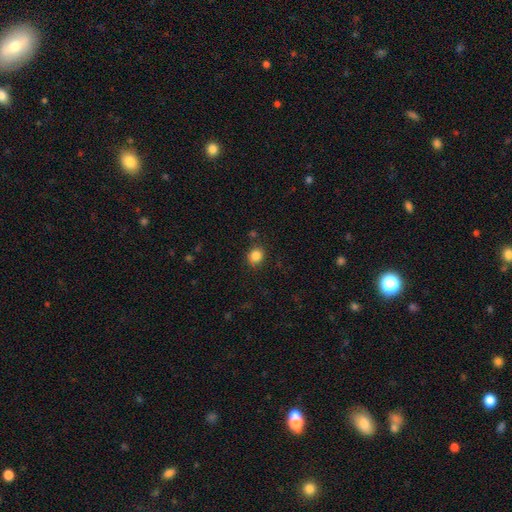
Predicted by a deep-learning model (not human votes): Morphology: type=smooth (85%); roundness=round (72%); merging=none (85%).